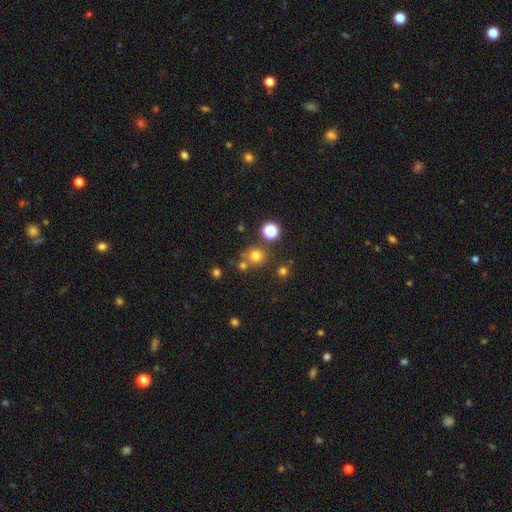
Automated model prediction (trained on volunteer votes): A smooth galaxy with no disk features (71%) that is round (92%).

Vote fractions:
- Smooth or featured? smooth: 71% / star or artifact: 21% / featured or disk: 8%
- How rounded? round: 92% / in between: 7% / cigar-shaped: 1%
- Merging? none: 75% / merger: 13% / minor disturbance: 9% / major disturbance: 3%